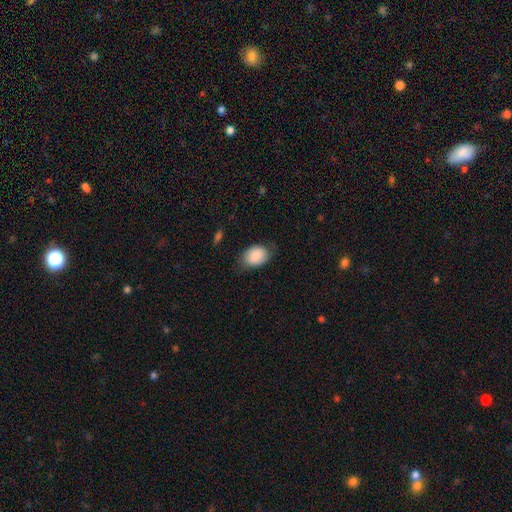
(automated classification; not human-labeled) Smooth or featured?
  - smooth: 85% *
  - featured or disk: 8%
  - star or artifact: 7%
How rounded?
  - in between: 74% *
  - round: 25%
  - cigar-shaped: 1%
Merging?
  - none: 69% *
  - minor disturbance: 24%
  - major disturbance: 6%
  - merger: 1%